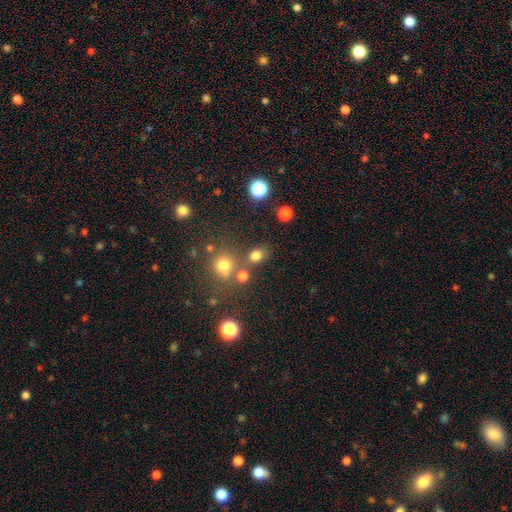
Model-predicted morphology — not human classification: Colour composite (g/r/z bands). It shows a smooth galaxy with no disk features (76%) that is round (53%). Merging: none (68%).